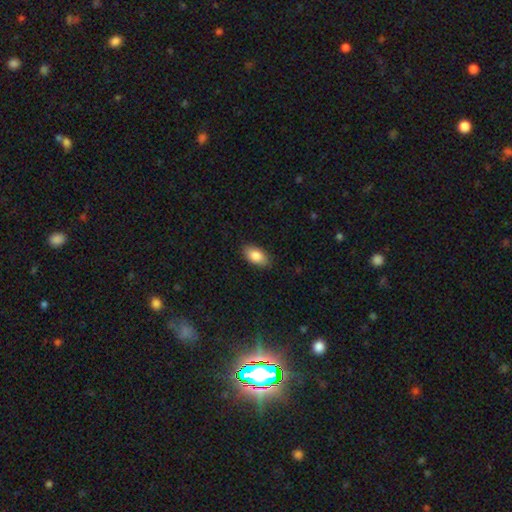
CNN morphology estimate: Smooth or featured: smooth — 86% (featured or disk — 8%)
How rounded: in between — 93% (round — 4%)
Merging: none — 87% (minor disturbance — 10%)